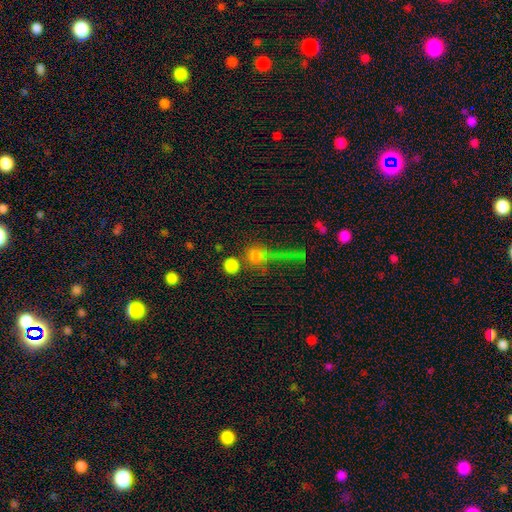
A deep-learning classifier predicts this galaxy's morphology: Smooth or featured? smooth (73%)
How rounded? round (78%)
Merging? none (41%)